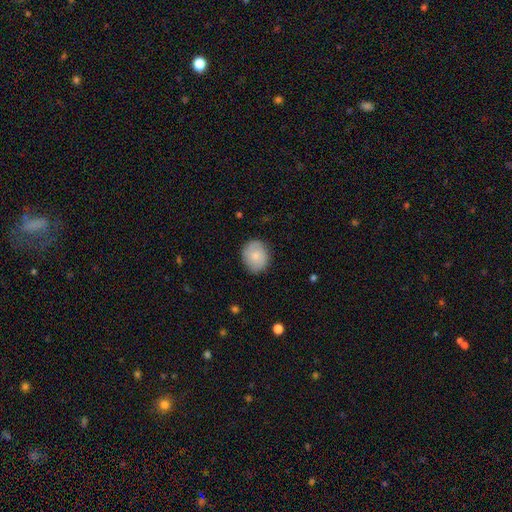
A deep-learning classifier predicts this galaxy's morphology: Overall: smooth (74%). How rounded: round (67%; in between 32%). Merging: none (83%).